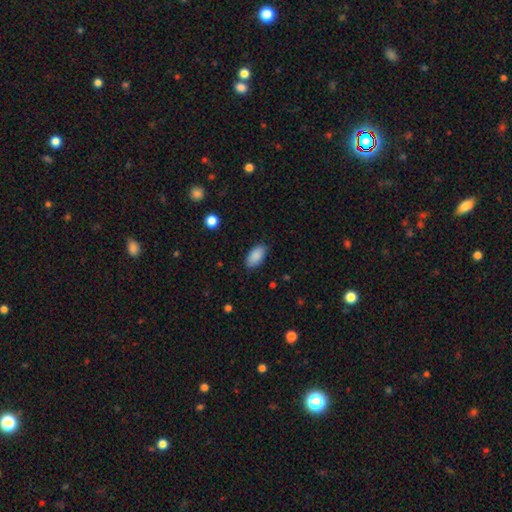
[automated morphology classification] Smooth or featured?
  - smooth: 89% *
  - star or artifact: 7%
  - featured or disk: 4%
How rounded?
  - in between: 94% *
  - round: 4%
  - cigar-shaped: 2%
Merging?
  - none: 85% *
  - minor disturbance: 11%
  - major disturbance: 3%
  - merger: 1%